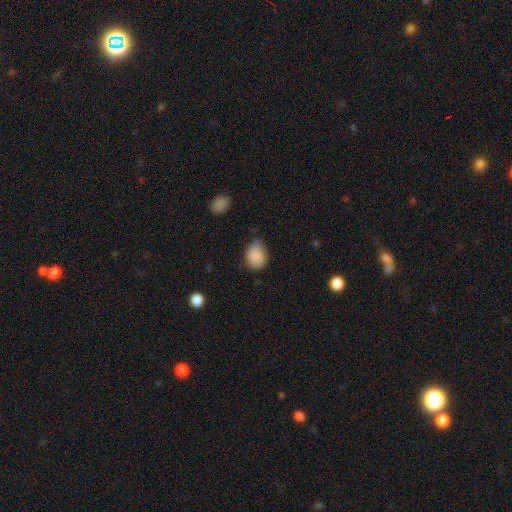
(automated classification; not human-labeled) Q: Smooth or featured?
A: smooth (87%); runner-up: star or artifact (8%)
Q: How rounded?
A: in between (64%); runner-up: round (35%)
Q: Merging?
A: none (52%); runner-up: minor disturbance (39%)